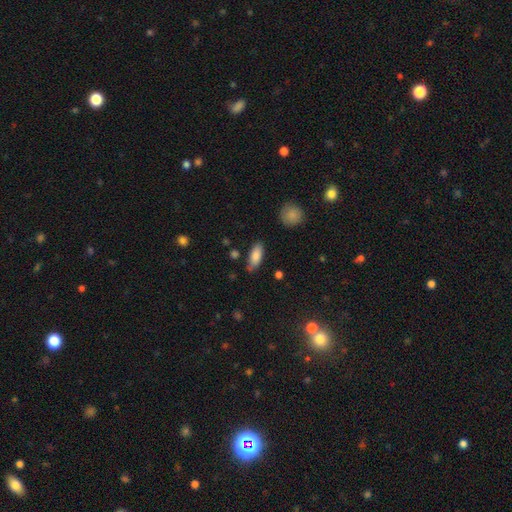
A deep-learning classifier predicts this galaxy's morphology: This is clearly a smooth galaxy (85%). How rounded: clearly in between (81%). Merging: likely none (79%).